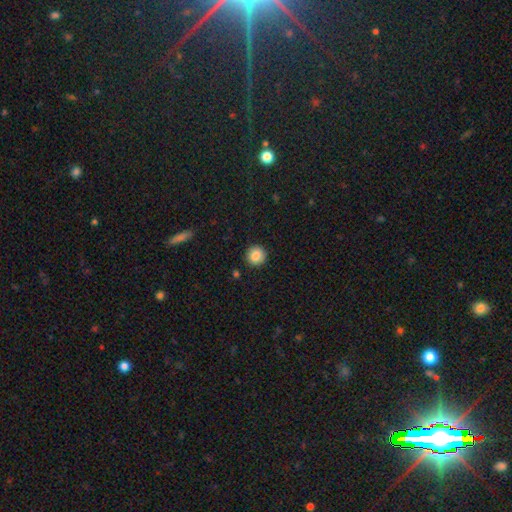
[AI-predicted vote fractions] Q: Smooth or featured?
A: smooth (86%); runner-up: star or artifact (9%)
Q: How rounded?
A: round (94%); runner-up: in between (5%)
Q: Merging?
A: none (92%); runner-up: minor disturbance (5%)